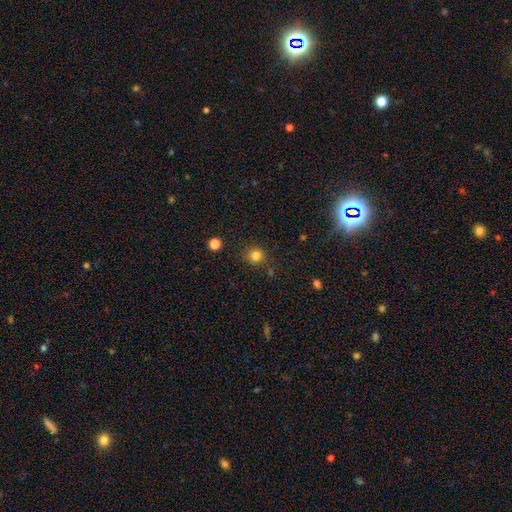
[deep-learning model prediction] A smooth galaxy with no disk features (82%) that is round (91%). Merging: none (86%).